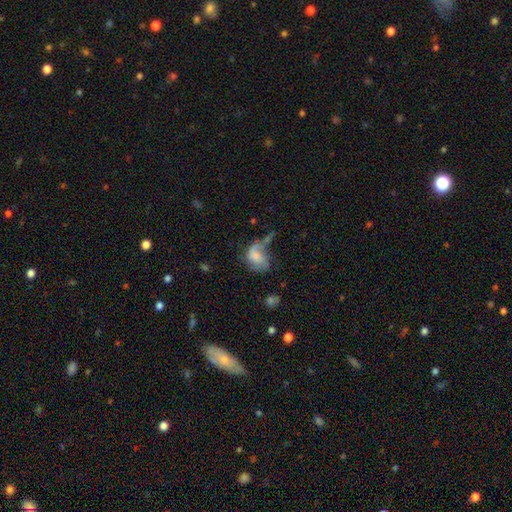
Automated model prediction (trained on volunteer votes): Q: Smooth or featured?
A: smooth (48%); runner-up: featured or disk (42%)
Q: Merging?
A: major disturbance (36%); runner-up: none (26%)